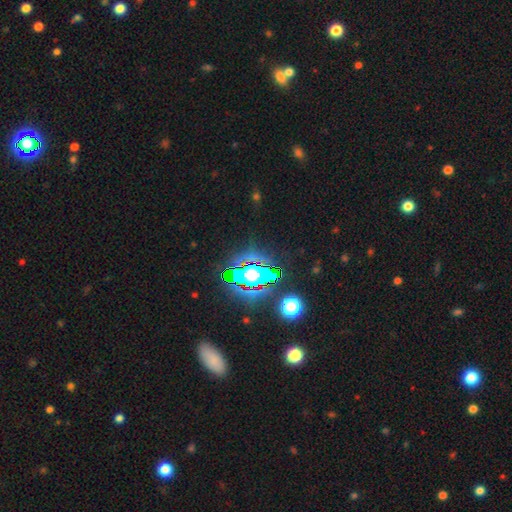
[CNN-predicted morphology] Smooth or featured? Predicted: star or artifact (p=0.78).